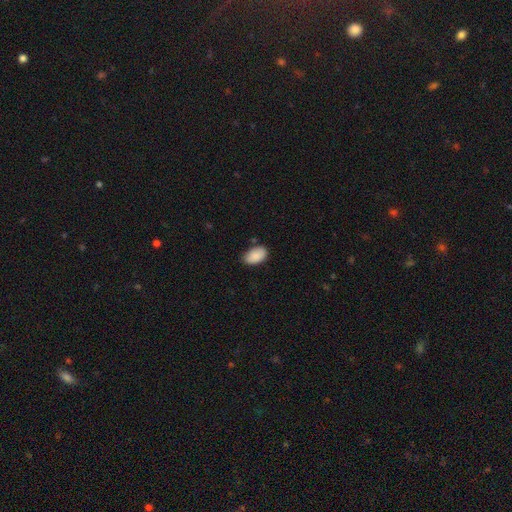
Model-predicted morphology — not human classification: smooth 89%, star or artifact 7%, featured or disk 4%. Down the decision tree: how rounded — in between (93%); merging — none (74%).